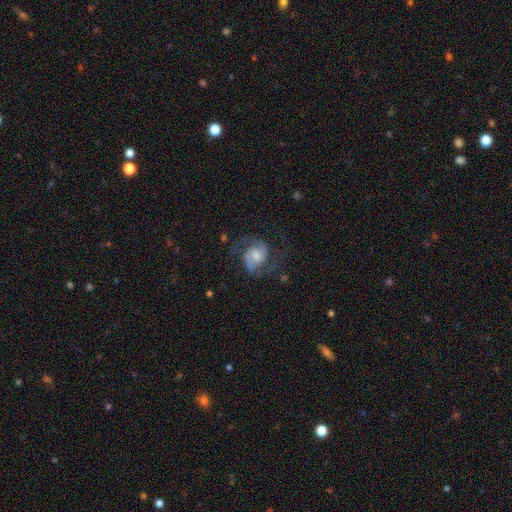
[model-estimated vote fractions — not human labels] This appears to be a featured or disk galaxy (84%) with no bar (48%), 2 (91%) medium (57%) spiral arms (96%) and a moderate central bulge (46%). Merging: none (69%).